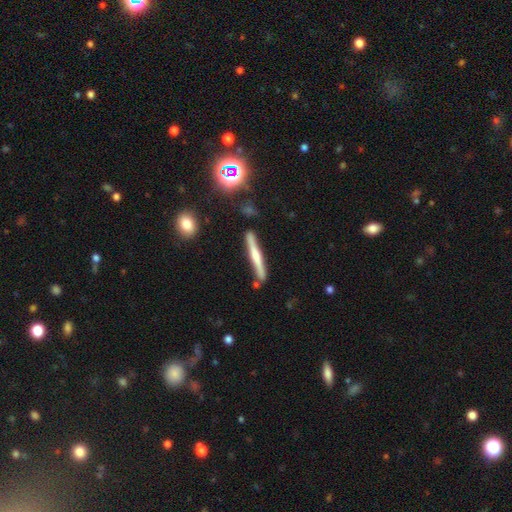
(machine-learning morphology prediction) type=featured or disk (56%); edge-on=yes (96%); edge-on bulge=rounded (67%); merging=none (83%).